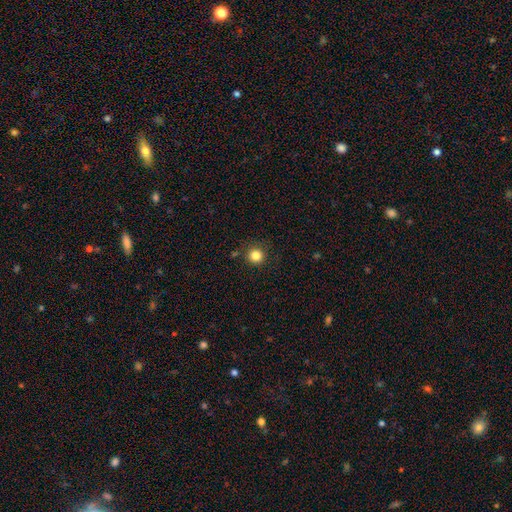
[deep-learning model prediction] smooth-or-featured: smooth: 83% | star or artifact: 12% | featured or disk: 5%
  how-rounded: round: 94% | in between: 5% | cigar-shaped: 1%
  merging: none: 88% | minor disturbance: 7% | major disturbance: 2% | merger: 2%